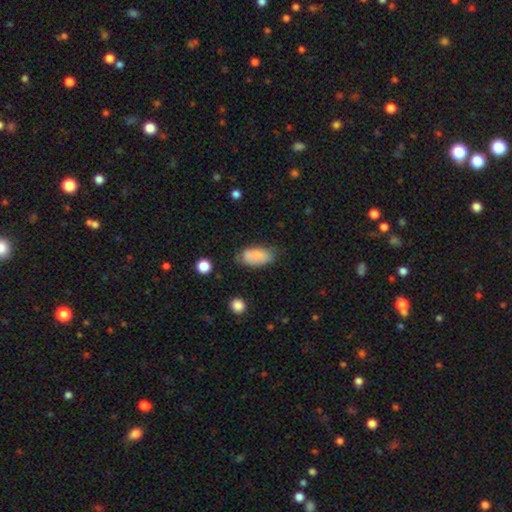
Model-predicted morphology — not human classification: Overall: smooth (82%). How rounded: in between (91%). Merging: none (64%; minor disturbance 27%).